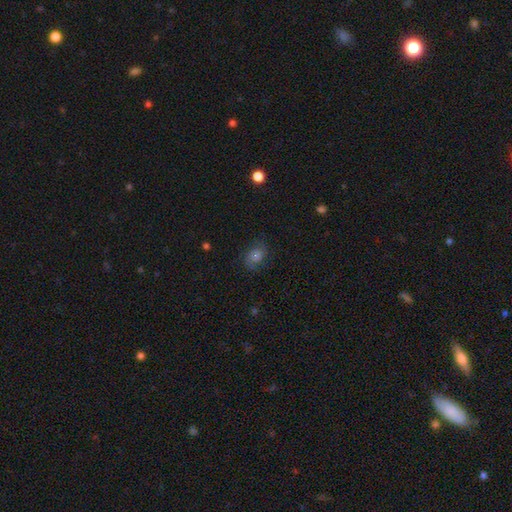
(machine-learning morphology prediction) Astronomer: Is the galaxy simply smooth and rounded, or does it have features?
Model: smooth — 49% (runner-up: featured or disk, 30%).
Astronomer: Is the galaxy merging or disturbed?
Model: none — 74%.